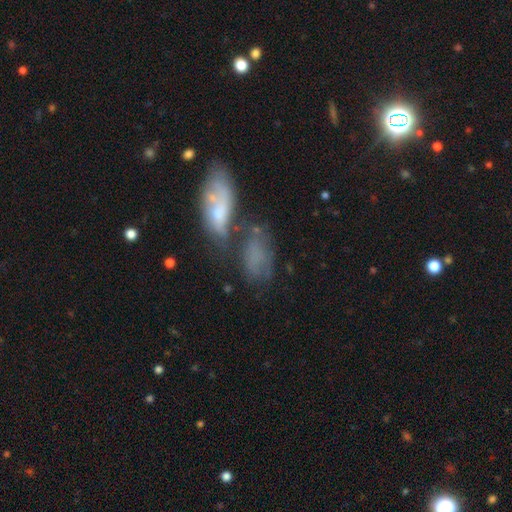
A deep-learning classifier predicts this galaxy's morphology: Overall: smooth (55%; featured or disk 31%). How rounded: in between (84%). Merging: merger (38%; none 30%).